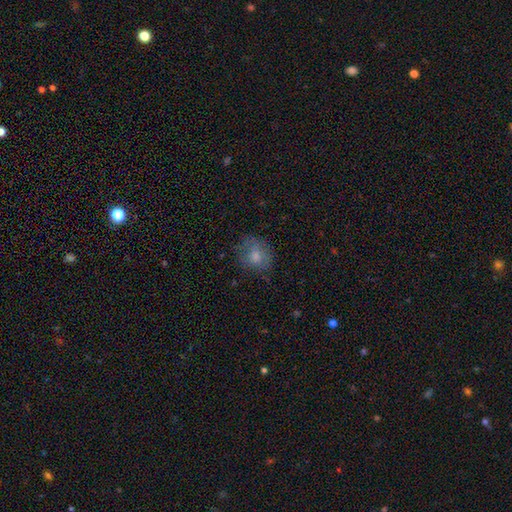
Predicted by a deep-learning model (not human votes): The model was most divided on "how rounded": round: 65%, in between: 34%, cigar-shaped: 1%. More confident: smooth or featured — smooth (71%); merging — none (61%).